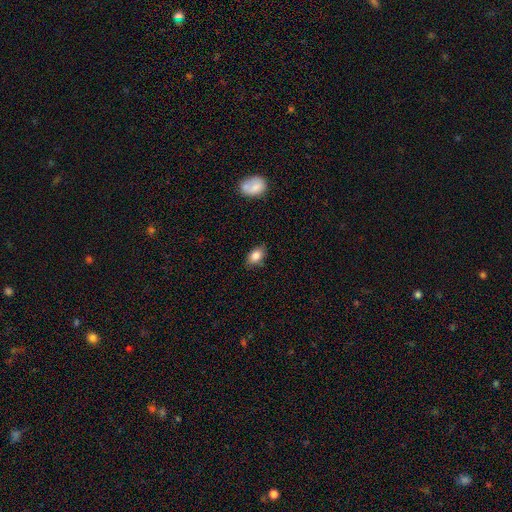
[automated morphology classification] smooth-or-featured: smooth: 84% | star or artifact: 8% | featured or disk: 8%
  how-rounded: in between: 86% | round: 12% | cigar-shaped: 2%
  merging: none: 81% | minor disturbance: 15% | major disturbance: 3% | merger: 2%